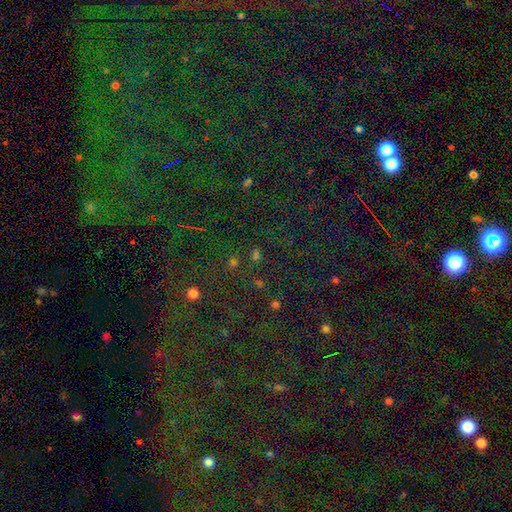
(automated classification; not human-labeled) Morphology: type=star or artifact (58%).